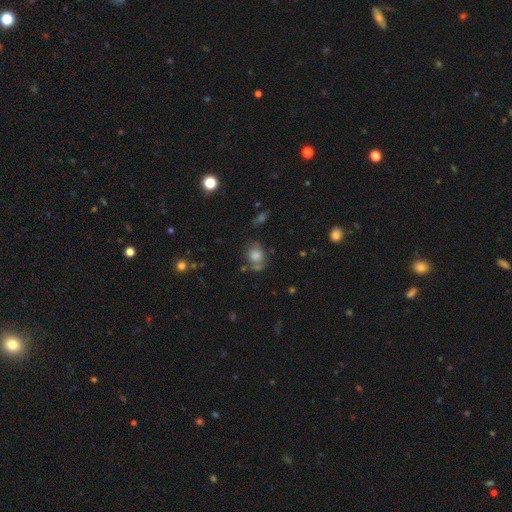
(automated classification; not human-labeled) smooth_or_featured: smooth (p=0.76) [alt: star or artifact p=0.12]
how_rounded: round (p=0.63) [alt: in between p=0.36]
merging: none (p=0.58) [alt: minor disturbance p=0.20]